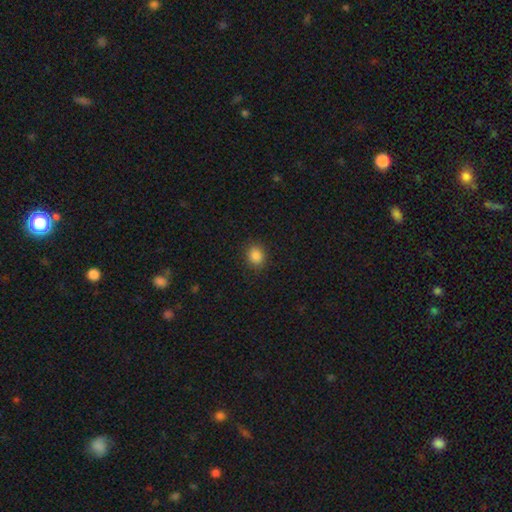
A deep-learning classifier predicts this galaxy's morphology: The model was most divided on "how rounded": round: 62%, in between: 37%, cigar-shaped: 1%. More confident: merging — none (89%); smooth or featured — smooth (86%).